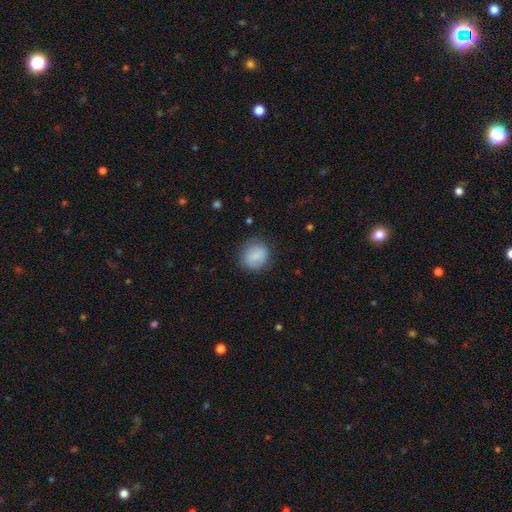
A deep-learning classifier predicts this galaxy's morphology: Smooth or featured? Predicted: smooth (p=0.85). How rounded? Predicted: round (p=0.75). Merging? Predicted: none (p=0.79).